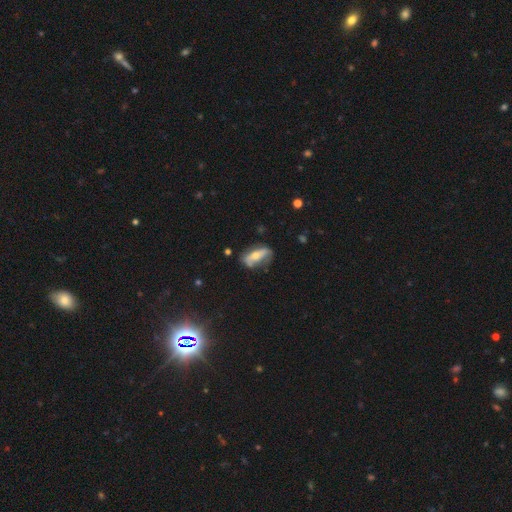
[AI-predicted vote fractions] This appears to be a featured or disk galaxy (54%). Merging: none (61%).